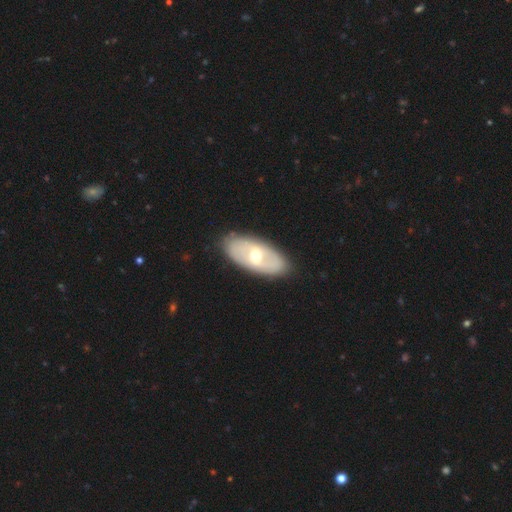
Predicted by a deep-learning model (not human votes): Smooth or featured? Predicted: featured or disk (p=0.56). Edge-on disk? Predicted: no (p=0.87). Merging? Predicted: none (p=0.86).